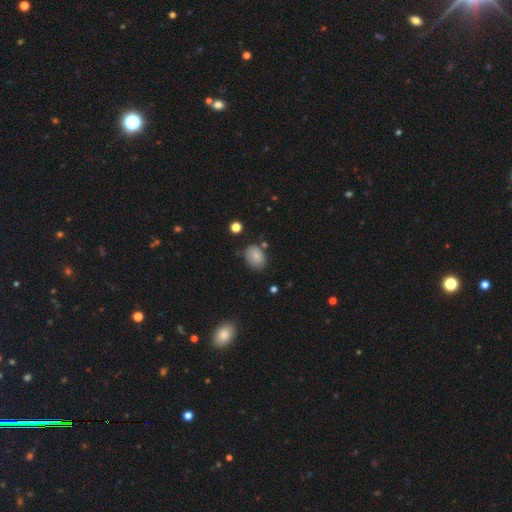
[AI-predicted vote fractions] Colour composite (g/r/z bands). It shows a smooth galaxy with no disk features (82%) that is in between round and cigar-shaped (77%). Merging: none (71%).